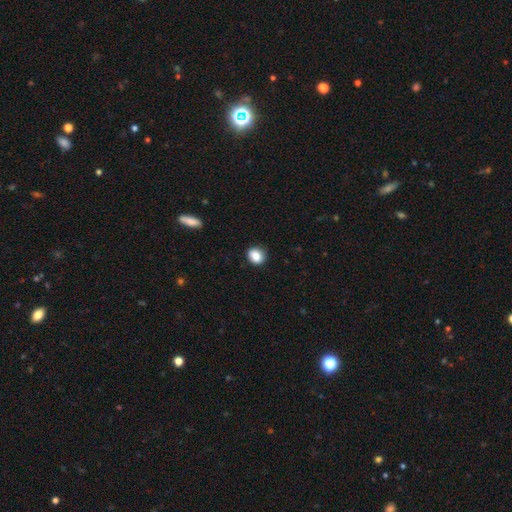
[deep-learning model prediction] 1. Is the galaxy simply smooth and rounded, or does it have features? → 85% smooth, 9% star or artifact, 6% featured or disk.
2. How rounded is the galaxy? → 56% round, 43% in between, 1% cigar-shaped.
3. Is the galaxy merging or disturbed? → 86% none, 11% minor disturbance, 2% major disturbance, 1% merger.